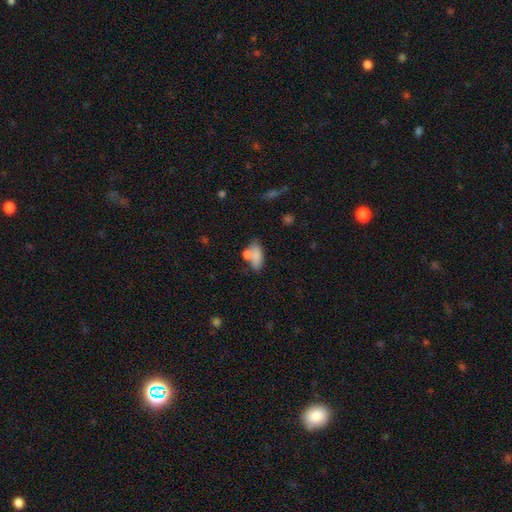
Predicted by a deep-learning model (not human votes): Smooth or featured?
  - smooth: 80% *
  - featured or disk: 12%
  - star or artifact: 8%
How rounded?
  - in between: 83% *
  - cigar-shaped: 11%
  - round: 5%
Merging?
  - none: 50% *
  - merger: 25%
  - minor disturbance: 18%
  - major disturbance: 7%